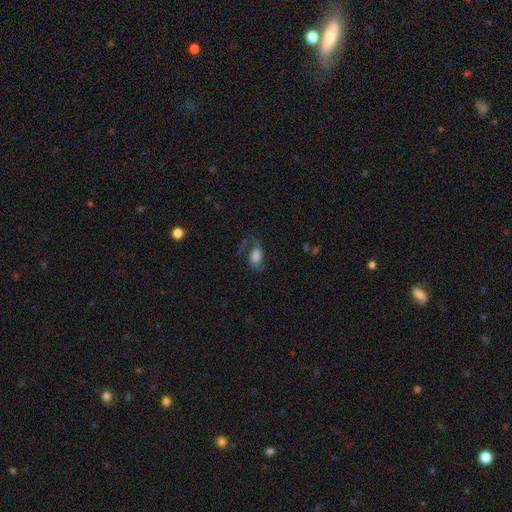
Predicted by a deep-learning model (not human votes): Smooth or featured? featured or disk (49%)
Merging? none (49%)